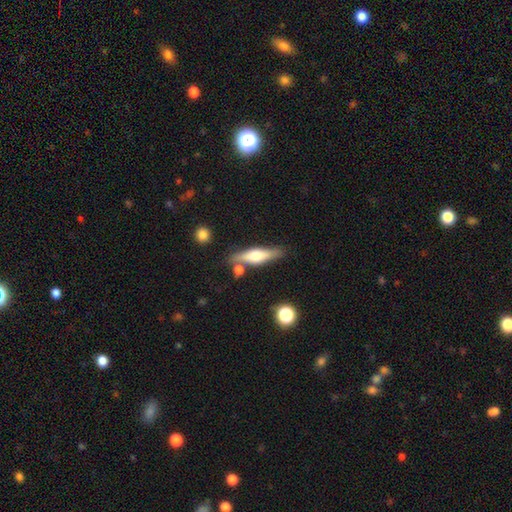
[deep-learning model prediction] Q: Smooth or featured?
A: featured or disk (54%); runner-up: smooth (39%)
Q: Edge-on disk?
A: yes (92%); runner-up: no (8%)
Q: Merging?
A: none (76%); runner-up: minor disturbance (12%)